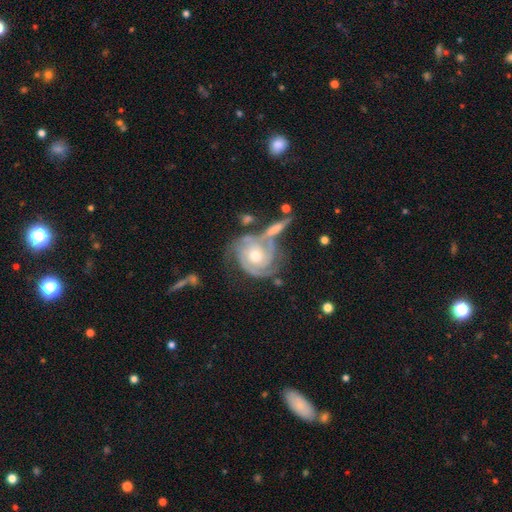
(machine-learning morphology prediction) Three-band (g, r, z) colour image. It shows a featured or disk galaxy (87%) with no bar (74%), 2 (34%) tight (69%) spiral arms (96%) and a moderate central bulge (75%). Merging: none (50%).